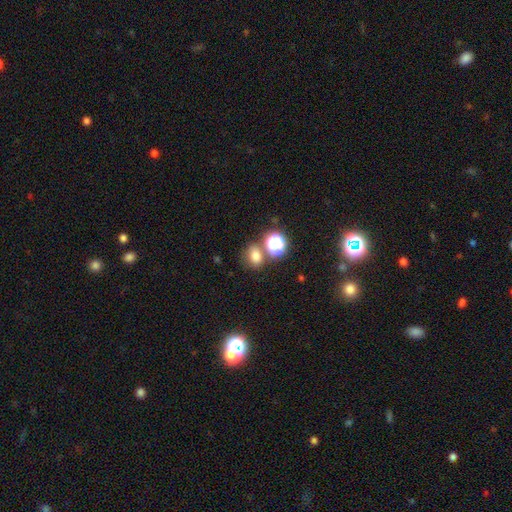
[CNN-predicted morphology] A smooth galaxy with no disk features (72%) that is round (51%).

Vote fractions:
- Smooth or featured? smooth: 72% / star or artifact: 19% / featured or disk: 9%
- How rounded? round: 51% / in between: 48% / cigar-shaped: 1%
- Merging? none: 63% / merger: 21% / minor disturbance: 12% / major disturbance: 5%